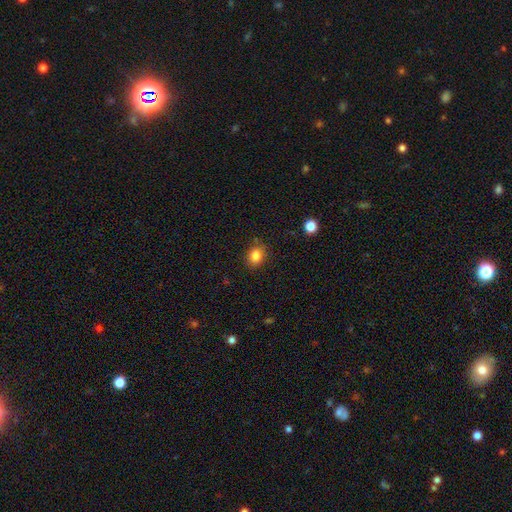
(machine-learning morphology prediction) Overall: smooth (84%). How rounded: in between (50%; round 49%). Merging: none (79%).